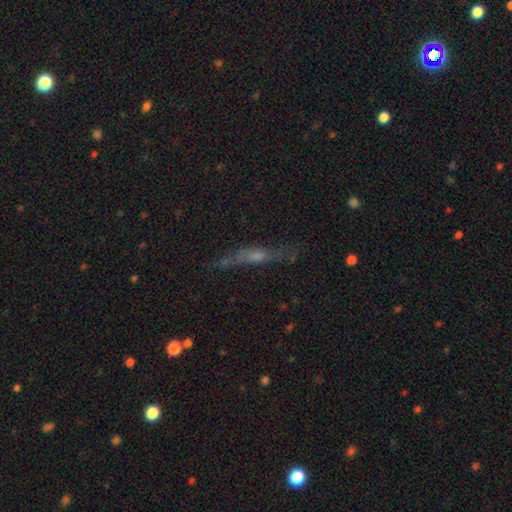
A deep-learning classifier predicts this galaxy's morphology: type=featured or disk (56%); edge-on=yes (80%); merging=none (66%).